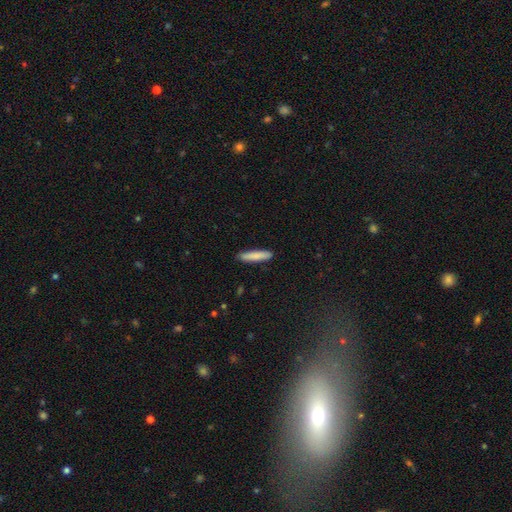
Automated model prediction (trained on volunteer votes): Morphology: type=smooth (84%); roundness=cigar-shaped (87%); merging=none (89%).